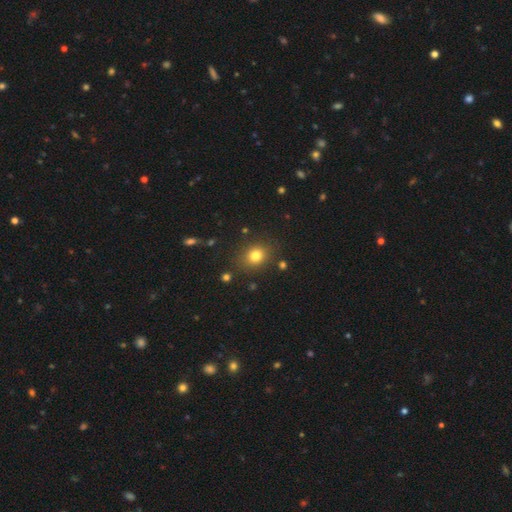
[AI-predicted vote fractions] This is likely a smooth galaxy (79%). How rounded: likely round (69%). Merging: clearly none (84%).